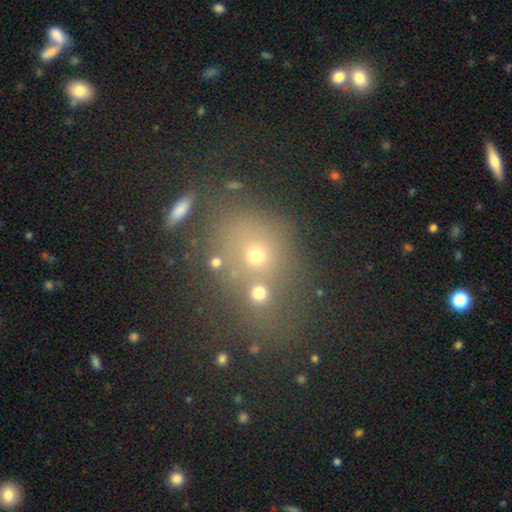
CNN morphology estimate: This appears to be a smooth galaxy with no disk features (58%) that is round (66%). Merging: none (46%).